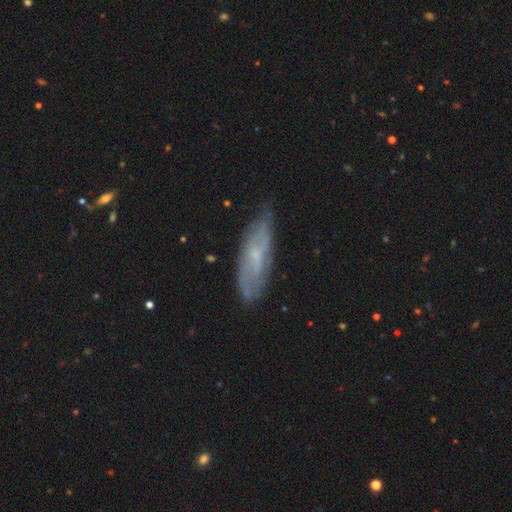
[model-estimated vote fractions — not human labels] Morphology: type=featured or disk (56%); edge-on=no (72%); merging=none (72%).